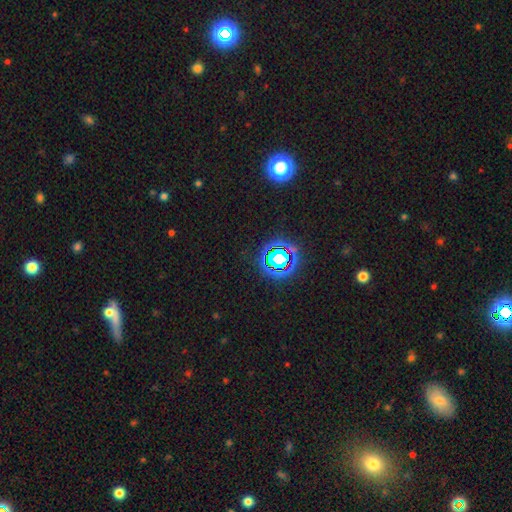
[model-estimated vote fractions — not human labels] Q: Smooth or featured?
A: star or artifact (78%); runner-up: smooth (14%)